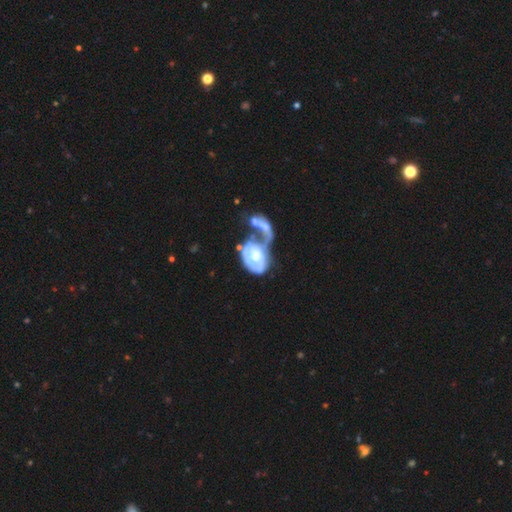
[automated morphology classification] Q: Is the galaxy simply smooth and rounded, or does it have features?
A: featured or disk — 63%.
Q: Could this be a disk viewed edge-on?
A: no — 96%.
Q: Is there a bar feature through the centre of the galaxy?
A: no — 79%.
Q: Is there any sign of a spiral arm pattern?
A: no — 59%.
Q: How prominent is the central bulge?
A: moderate — 70%.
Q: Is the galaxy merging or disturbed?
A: merger — 56%.